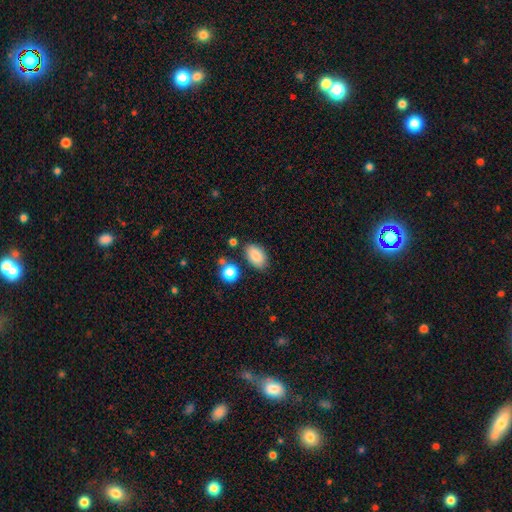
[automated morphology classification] This is clearly a smooth galaxy (85%). How rounded: clearly in between (91%). Merging: likely none (77%).